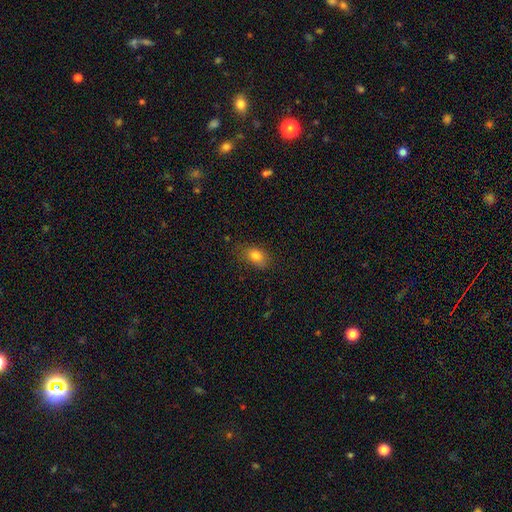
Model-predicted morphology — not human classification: This is clearly a smooth galaxy (82%). How rounded: clearly in between (82%). Merging: likely none (74%).